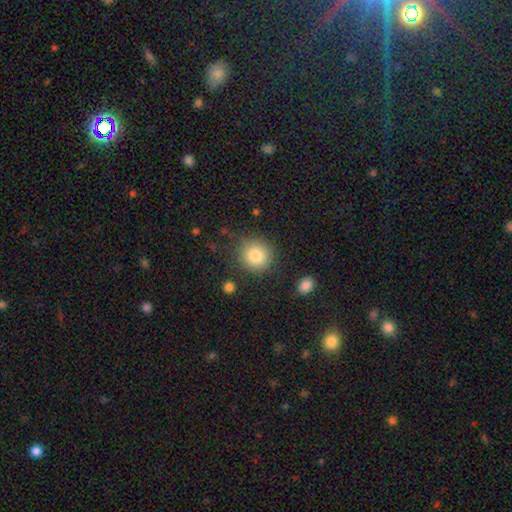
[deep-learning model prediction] A smooth galaxy with no disk features (84%) that is round (91%).

Vote fractions:
- Smooth or featured? smooth: 84% / star or artifact: 9% / featured or disk: 7%
- How rounded? round: 91% / in between: 8% / cigar-shaped: 1%
- Merging? none: 83% / minor disturbance: 11% / major disturbance: 4% / merger: 3%